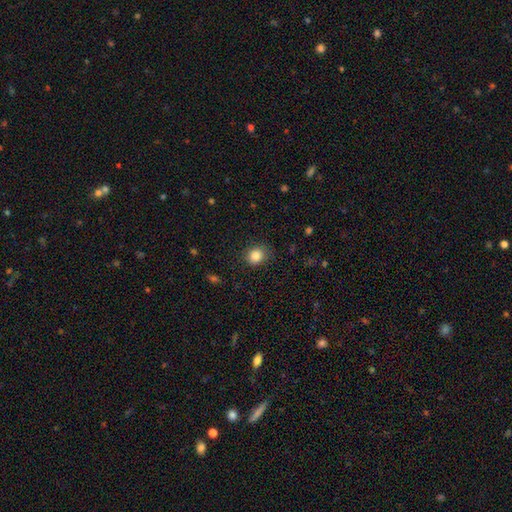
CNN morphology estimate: smooth 85%, star or artifact 10%, featured or disk 5%. Down the decision tree: how rounded — round (77%); merging — none (82%).